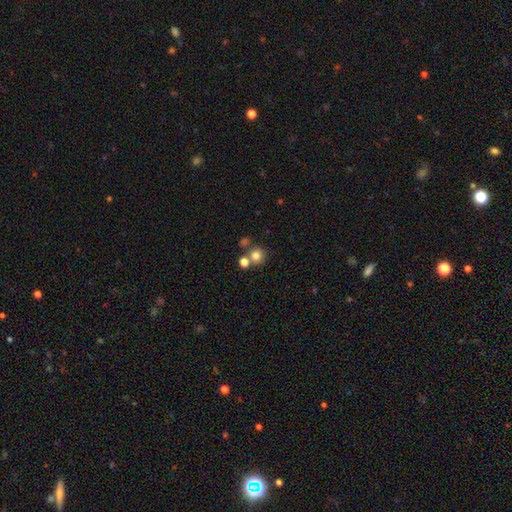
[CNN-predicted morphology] The model was most divided on "merging": none: 64%, merger: 24%, minor disturbance: 8%, major disturbance: 3%. More confident: how rounded — round (90%); smooth or featured — smooth (78%).